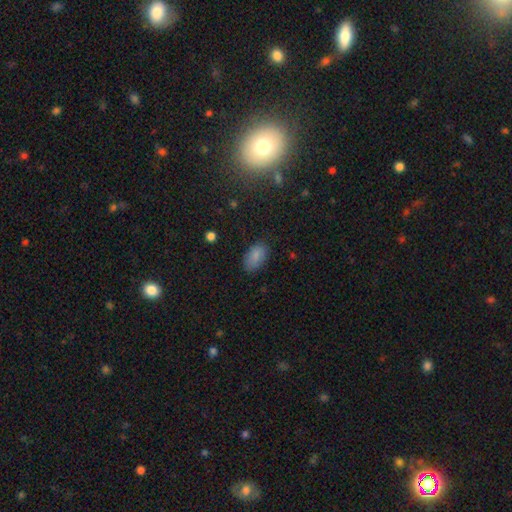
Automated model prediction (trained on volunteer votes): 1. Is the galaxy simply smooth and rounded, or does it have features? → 86% smooth, 8% star or artifact, 6% featured or disk.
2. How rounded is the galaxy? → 93% in between, 5% round, 2% cigar-shaped.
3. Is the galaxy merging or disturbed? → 83% none, 13% minor disturbance, 3% major disturbance, 1% merger.